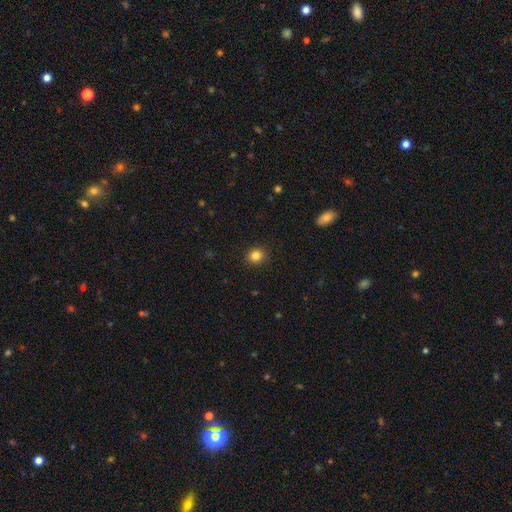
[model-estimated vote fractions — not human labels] Overall: smooth (83%). How rounded: round (82%). Merging: none (90%).